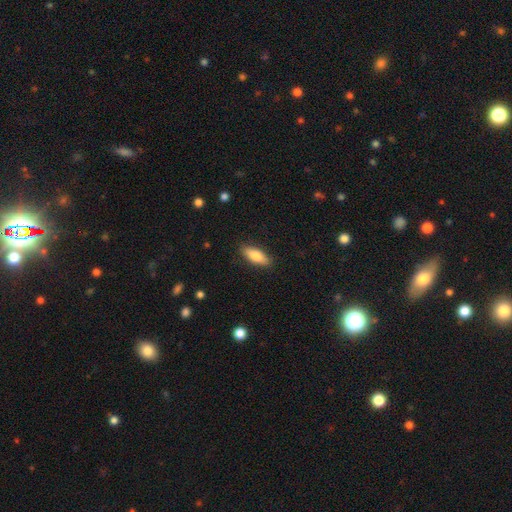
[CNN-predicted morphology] A smooth galaxy with no disk features (79%) that is in between round and cigar-shaped (70%).

Vote fractions:
- Smooth or featured? smooth: 79% / featured or disk: 15% / star or artifact: 6%
- How rounded? in between: 70% / cigar-shaped: 27% / round: 2%
- Merging? none: 87% / minor disturbance: 10% / major disturbance: 2% / merger: 1%